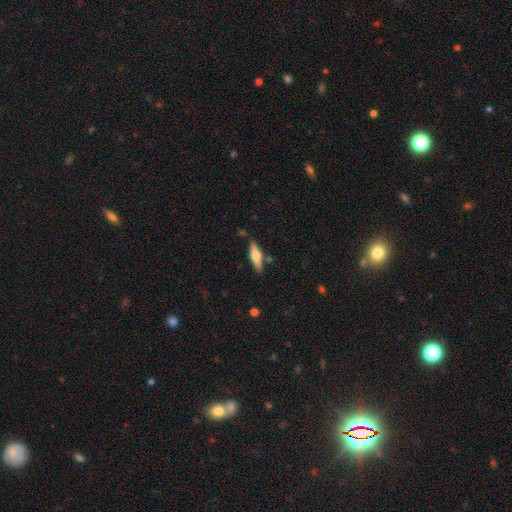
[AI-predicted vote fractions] The model was most divided on "smooth or featured": featured or disk: 48%, smooth: 47%, star or artifact: 6%. More confident: merging — none (82%).